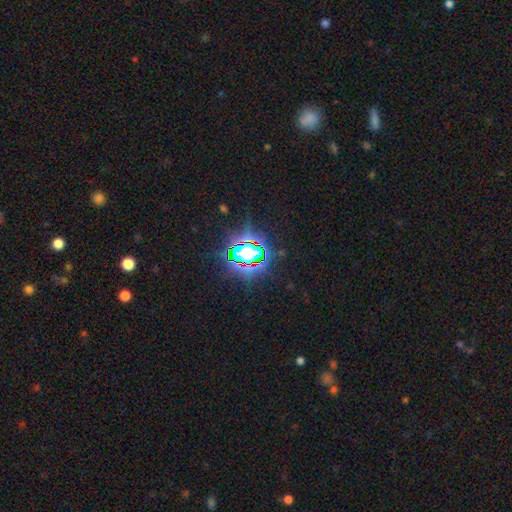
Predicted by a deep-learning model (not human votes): Q: Smooth or featured?
A: star or artifact (79%); runner-up: smooth (13%)